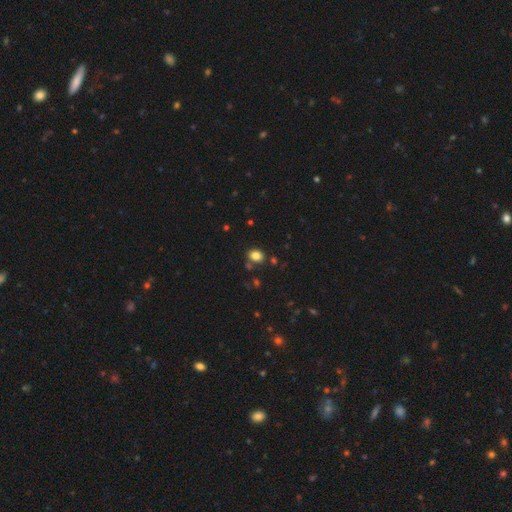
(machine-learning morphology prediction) A smooth galaxy with no disk features (82%) that is in between round and cigar-shaped (53%).

Vote fractions:
- Smooth or featured? smooth: 82% / star or artifact: 13% / featured or disk: 6%
- How rounded? in between: 53% / round: 46% / cigar-shaped: 1%
- Merging? none: 76% / minor disturbance: 12% / merger: 9% / major disturbance: 4%